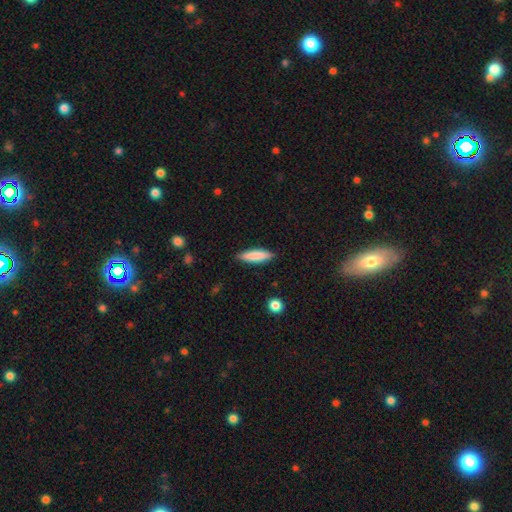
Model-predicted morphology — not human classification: Smooth or featured? Predicted: smooth (p=0.83). How rounded? Predicted: cigar-shaped (p=0.72). Merging? Predicted: none (p=0.88).